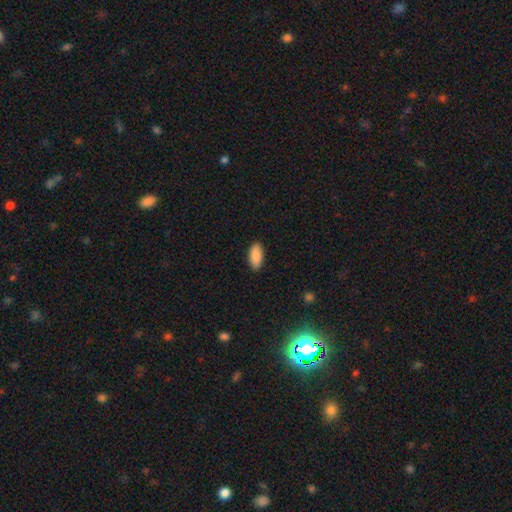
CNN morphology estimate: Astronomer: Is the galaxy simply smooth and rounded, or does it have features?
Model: smooth — 90%.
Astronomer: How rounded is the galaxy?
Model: in between — 91%.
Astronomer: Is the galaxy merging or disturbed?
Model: none — 89%.